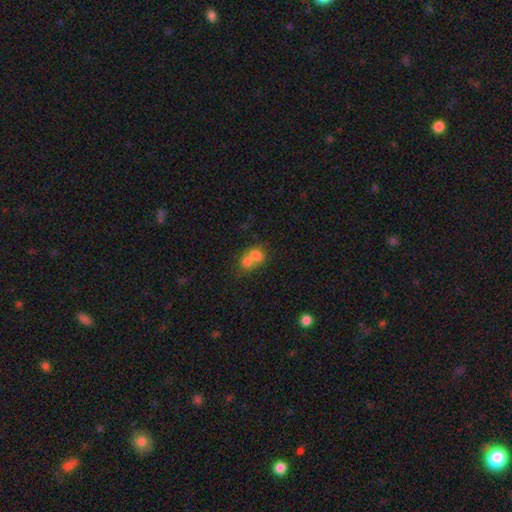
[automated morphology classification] This is likely a smooth galaxy (71%). How rounded: possibly round (57%). Merging: likely merger (70%).